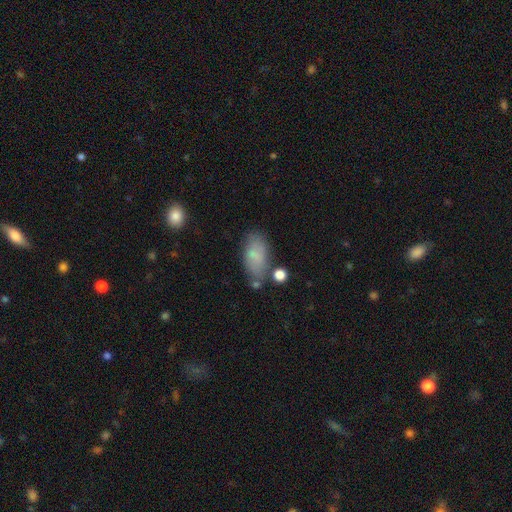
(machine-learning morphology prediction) Overall: smooth (77%). How rounded: in between (91%). Merging: none (61%; minor disturbance 23%).